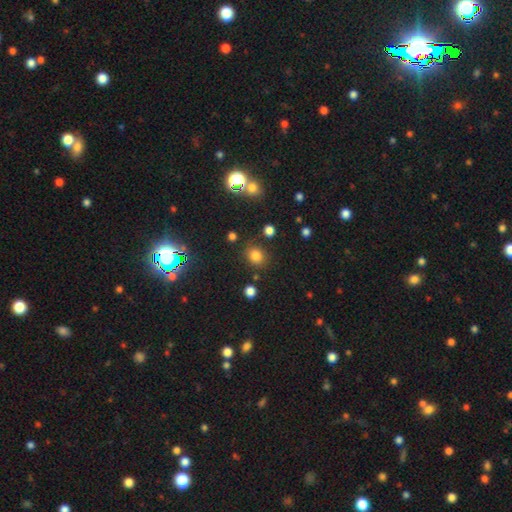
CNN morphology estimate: Smooth or featured? smooth (78%)
How rounded? round (73%)
Merging? none (81%)